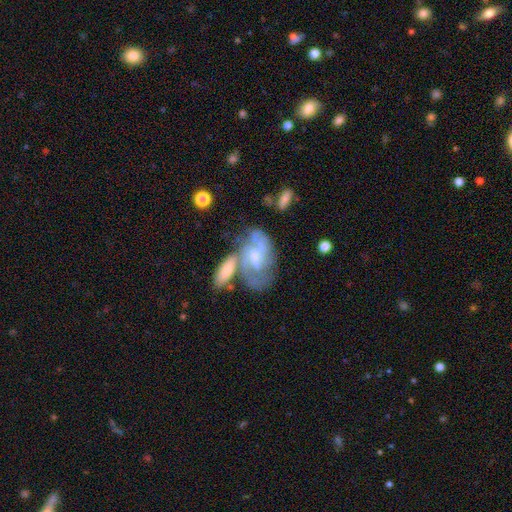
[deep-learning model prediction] This is likely a featured or disk galaxy (75%). It is clearly not viewed edge-on (95%). Bar: possibly weak (46%). Spiral arm pattern: clearly yes (84%). Spiral arm count: marginally 2 (41%). Spiral winding: marginally medium (45%). Central bulge: possibly small (57%). Merging: marginally merger (34%, tied with none).